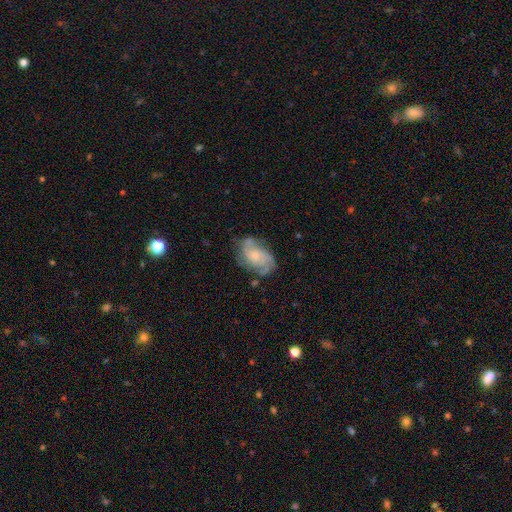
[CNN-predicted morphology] The model was most divided on "spiral arm count": 2: 36%, can't tell: 27%, 3: 23%, 4: 6%, 1: 5%, more than 4: 4%. Remaining: edge-on disk — no (97%); spiral arms — yes (86%); bar — no (71%); smooth or featured — featured or disk (68%); merging — none (58%); spiral winding — medium (45%); bulge size — small (45%).